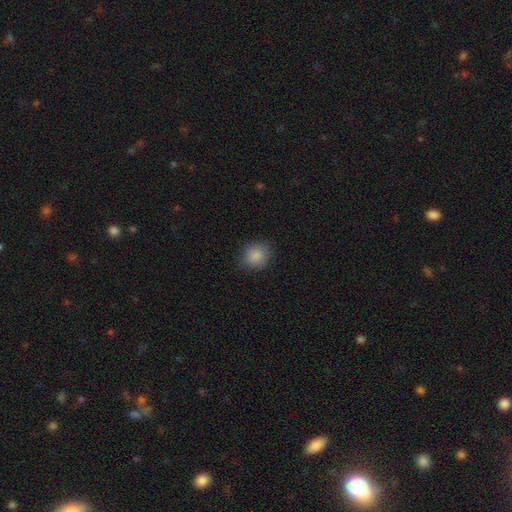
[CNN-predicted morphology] type=smooth (86%); roundness=round (77%); merging=none (84%).